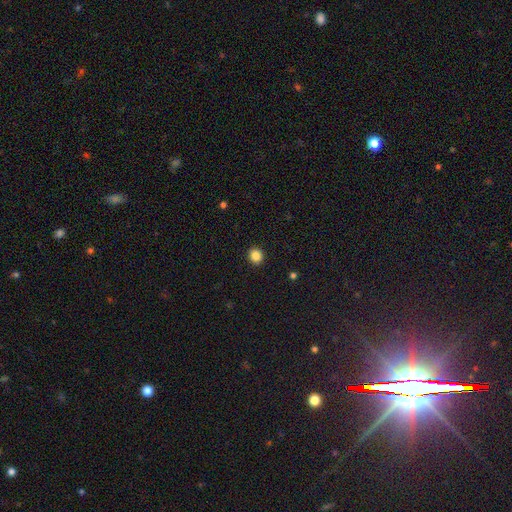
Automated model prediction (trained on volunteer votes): smooth-or-featured: smooth: 86% | star or artifact: 11% | featured or disk: 4%
  how-rounded: round: 82% | in between: 17% | cigar-shaped: 1%
  merging: none: 92% | minor disturbance: 5% | major disturbance: 2% | merger: 1%